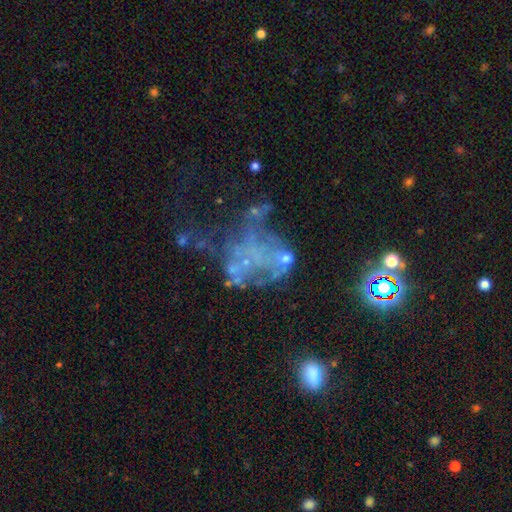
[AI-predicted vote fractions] Smooth or featured?
  - featured or disk: 57% *
  - star or artifact: 28%
  - smooth: 16%
Edge-on disk?
  - no: 98% *
  - yes: 2%
Bar?
  - no: 93% *
  - weak: 5%
  - strong: 2%
Spiral arms?
  - no: 90% *
  - yes: 10%
Bulge size?
  - none: 81% *
  - small: 11%
  - moderate: 5%
  - large: 2%
  - dominant: 1%
Merging?
  - major disturbance: 39% *
  - none: 31%
  - minor disturbance: 16%
  - merger: 14%